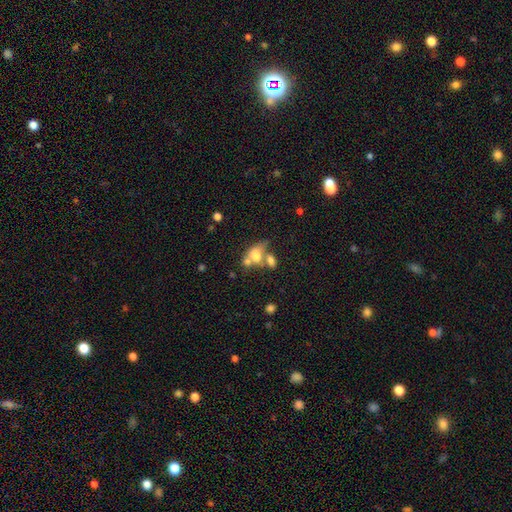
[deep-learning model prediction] smooth_or_featured: smooth (p=0.62) [alt: featured or disk p=0.26]
how_rounded: in between (p=0.76) [alt: round p=0.19]
merging: merger (p=0.53) [alt: none p=0.23]